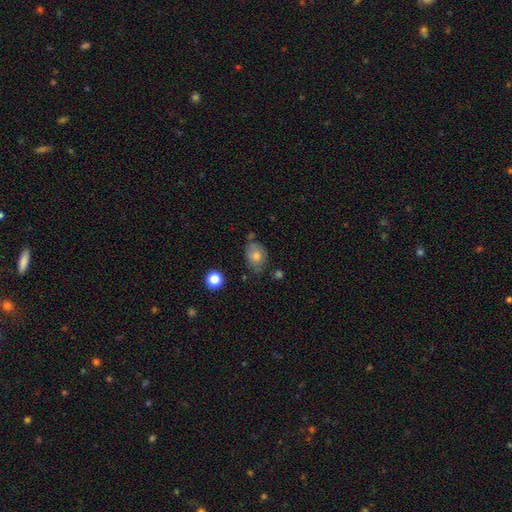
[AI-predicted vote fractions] This appears to be a smooth galaxy with no disk features (76%) that is in between round and cigar-shaped (65%). Merging: none (60%).